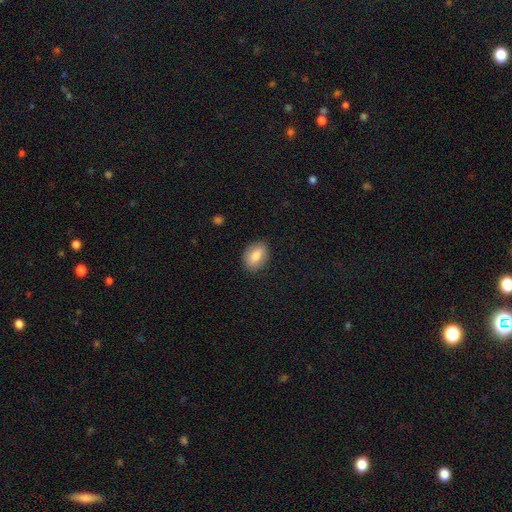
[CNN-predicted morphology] This appears to be a smooth galaxy with no disk features (80%) that is in between round and cigar-shaped (83%). Merging: none (86%).